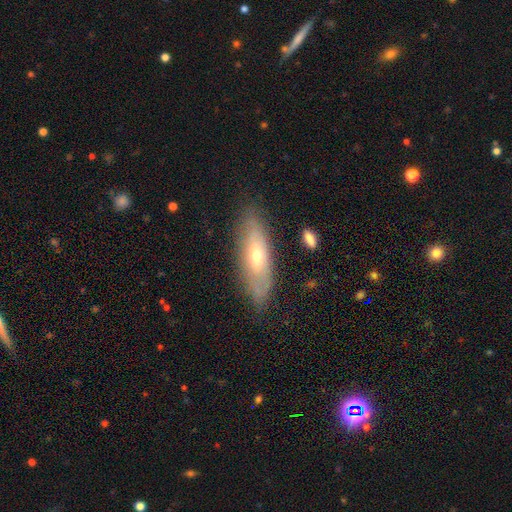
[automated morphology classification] smooth_or_featured: featured or disk (p=0.47) [alt: smooth p=0.46]
merging: none (p=0.79) [alt: minor disturbance p=0.15]